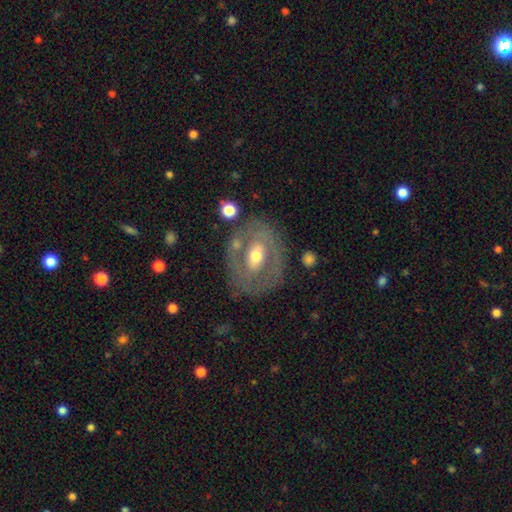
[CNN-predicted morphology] This is likely a featured or disk galaxy (66%). It is clearly not viewed edge-on (94%). Bar: possibly no (46%). Spiral arm pattern: likely no (62%). Central bulge: likely moderate (67%). Merging: likely none (72%).